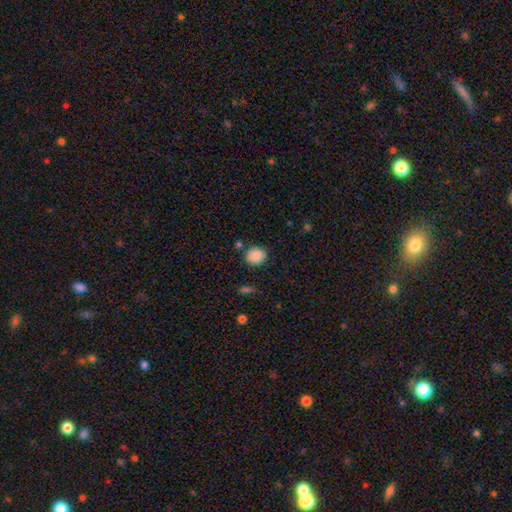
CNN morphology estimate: Overall: smooth (87%). How rounded: round (76%). Merging: none (83%).